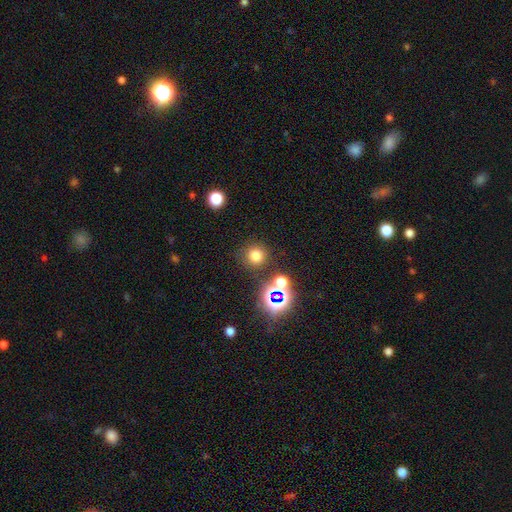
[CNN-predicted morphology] type=smooth (71%); roundness=round (93%); merging=none (83%).